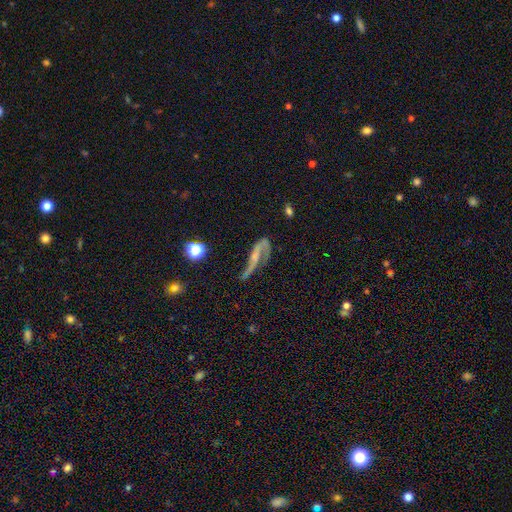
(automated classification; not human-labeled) Smooth or featured? Predicted: featured or disk (p=0.74). Edge-on disk? Predicted: no (p=0.83). Bar? Predicted: no (p=0.51). Spiral arms? Predicted: yes (p=0.83). Spiral winding? Predicted: loose (p=0.68). Spiral arm count? Predicted: 2 (p=0.65). Bulge size? Predicted: small (p=0.46). Merging? Predicted: major disturbance (p=0.38).